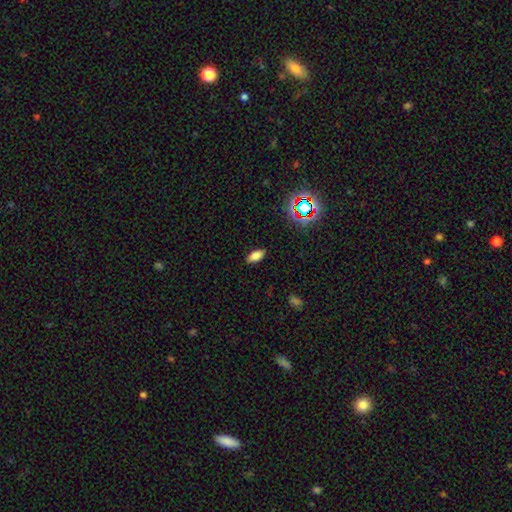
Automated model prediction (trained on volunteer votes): A smooth galaxy with no disk features (78%) that is in between round and cigar-shaped (88%). Merging: none (88%).